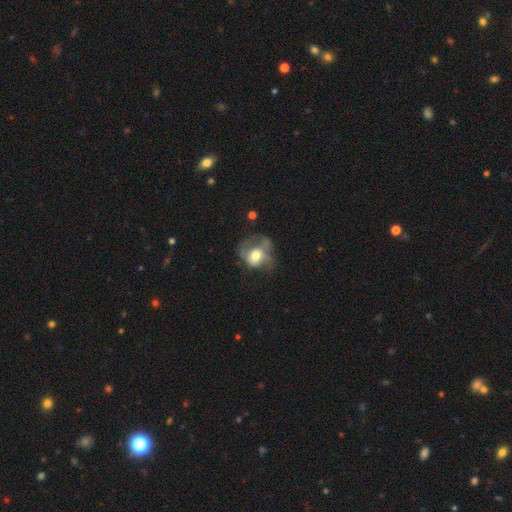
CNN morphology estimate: Smooth or featured? smooth (47%)
Merging? major disturbance (43%)